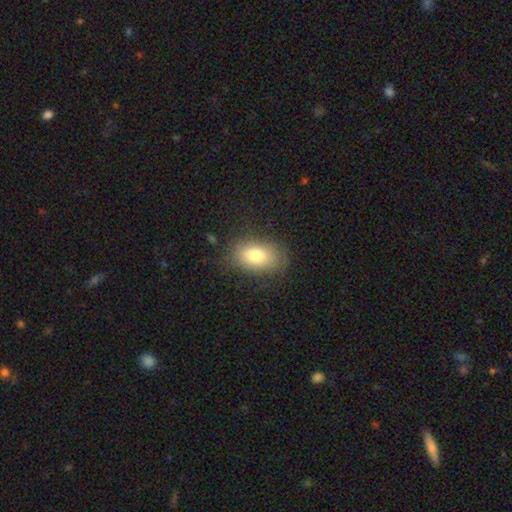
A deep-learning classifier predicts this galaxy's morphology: The model was most divided on "merging": none: 80%, minor disturbance: 14%, major disturbance: 5%, merger: 1%. More confident: how rounded — in between (84%); smooth or featured — smooth (79%).